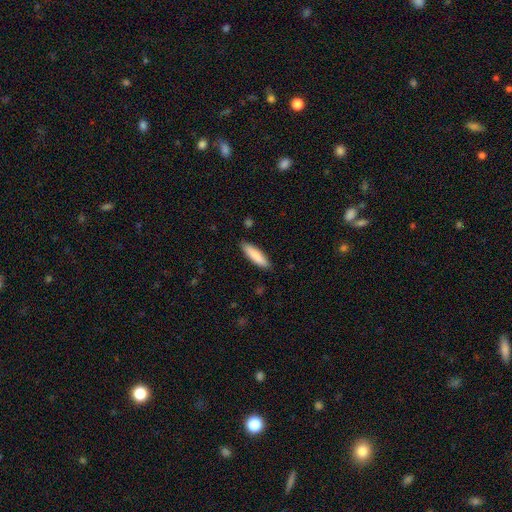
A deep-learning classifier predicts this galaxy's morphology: This appears to be a smooth galaxy with no disk features (86%) that is cigar-shaped (67%). Merging: none (88%).